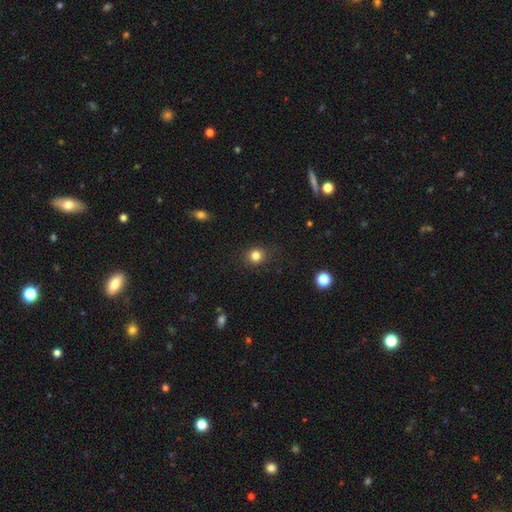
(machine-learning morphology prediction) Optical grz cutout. It shows a smooth galaxy with no disk features (82%) that is round (87%). Merging: none (87%).